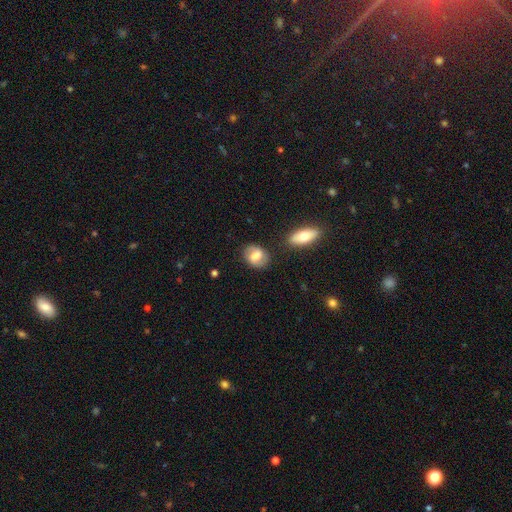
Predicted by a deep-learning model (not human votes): A smooth galaxy with no disk features (62%) that is in between round and cigar-shaped (62%).

Vote fractions:
- Smooth or featured? smooth: 62% / featured or disk: 31% / star or artifact: 7%
- How rounded? in between: 62% / round: 36% / cigar-shaped: 2%
- Merging? none: 77% / minor disturbance: 14% / merger: 5% / major disturbance: 4%